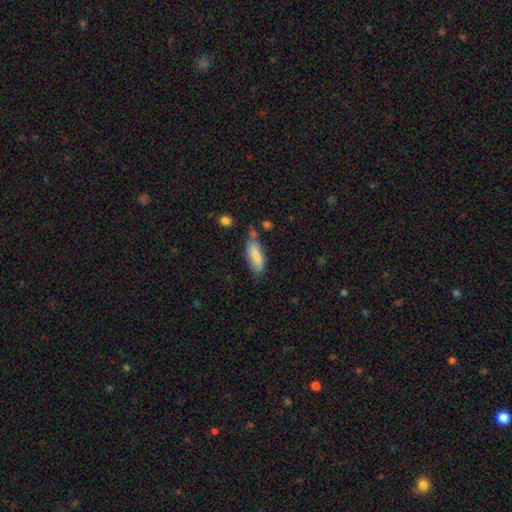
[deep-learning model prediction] A smooth galaxy with no disk features (82%) that is in between round and cigar-shaped (67%).

Vote fractions:
- Smooth or featured? smooth: 82% / featured or disk: 12% / star or artifact: 6%
- How rounded? in between: 67% / cigar-shaped: 31% / round: 2%
- Merging? none: 58% / minor disturbance: 27% / merger: 8% / major disturbance: 7%